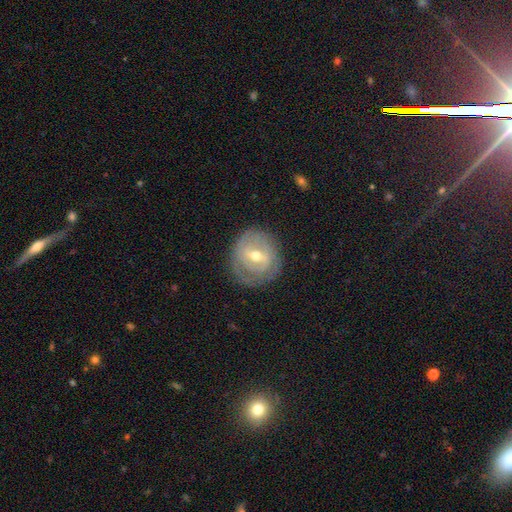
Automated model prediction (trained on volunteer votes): A featured or disk galaxy (72%) with a weak bar (51%), spiral arms (69%) and a moderate central bulge (65%).

Vote fractions:
- Smooth or featured? featured or disk: 72% / smooth: 22% / star or artifact: 7%
- Edge-on disk? no: 96% / yes: 4%
- Bar? weak: 51% / strong: 27% / no: 22%
- Spiral arms? yes: 69% / no: 31%
- Bulge size? moderate: 65% / small: 31% / large: 3% / none: 1% / dominant: 1%
- Merging? none: 76% / minor disturbance: 17% / major disturbance: 7% / merger: 1%